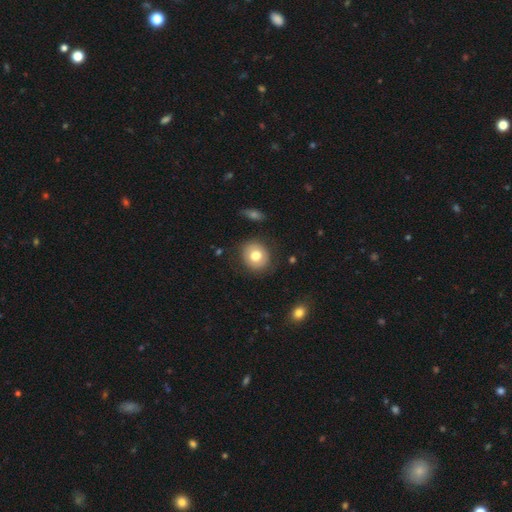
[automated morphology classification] Smooth or featured?
  - smooth: 73% *
  - featured or disk: 19%
  - star or artifact: 8%
How rounded?
  - round: 78% *
  - in between: 21%
  - cigar-shaped: 1%
Merging?
  - none: 84% *
  - minor disturbance: 11%
  - major disturbance: 4%
  - merger: 2%